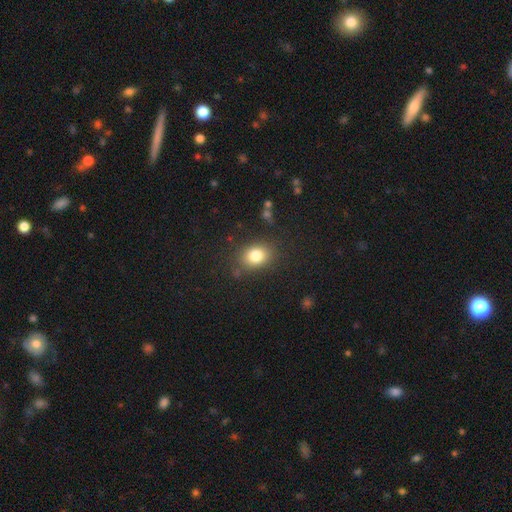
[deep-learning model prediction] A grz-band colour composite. It shows a smooth galaxy with no disk features (81%) that is in between round and cigar-shaped (64%). Merging: none (81%).